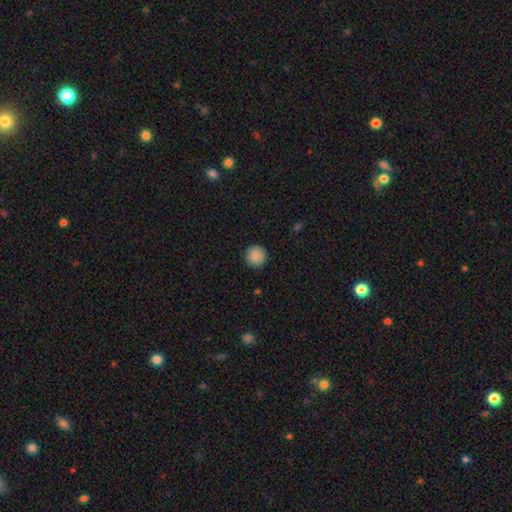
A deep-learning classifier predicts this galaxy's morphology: Q: Smooth or featured?
A: smooth (89%); runner-up: star or artifact (8%)
Q: How rounded?
A: round (96%); runner-up: in between (4%)
Q: Merging?
A: none (92%); runner-up: minor disturbance (5%)